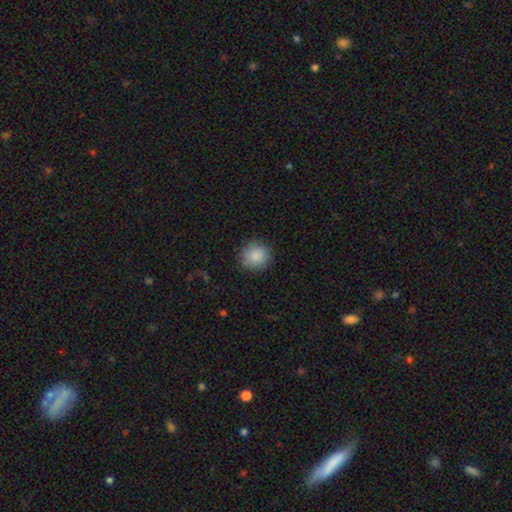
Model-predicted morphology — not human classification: This is clearly a smooth galaxy (87%). How rounded: clearly round (91%). Merging: clearly none (84%).